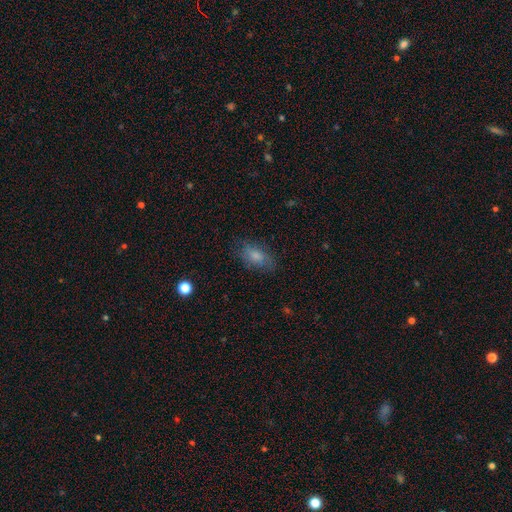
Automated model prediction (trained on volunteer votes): This is clearly a smooth galaxy (81%). How rounded: clearly in between (89%). Merging: likely none (77%).